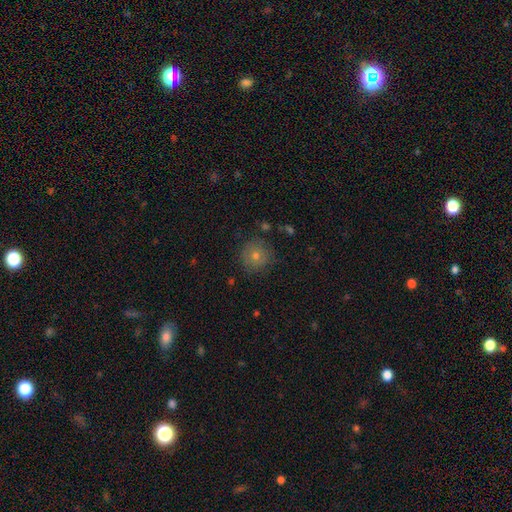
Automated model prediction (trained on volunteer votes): Smooth or featured? smooth (63%)
How rounded? round (94%)
Merging? none (85%)